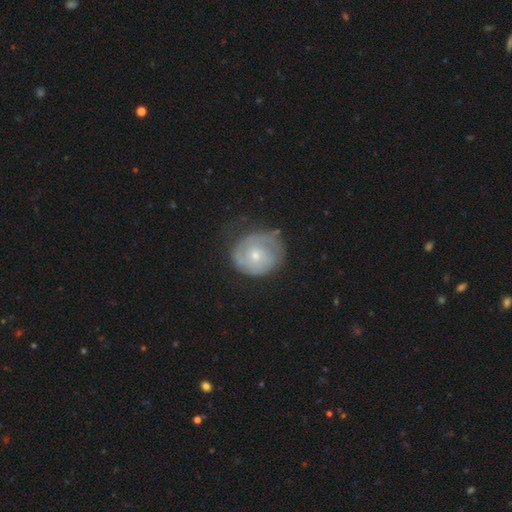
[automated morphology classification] This is likely a featured or disk galaxy (66%). It is clearly not viewed edge-on (97%). Bar: likely no (77%). Spiral arm pattern: clearly yes (82%). Spiral arm count: marginally 2 (37%). Spiral winding: likely tight (62%). Central bulge: likely small (63%). Merging: possibly none (55%).